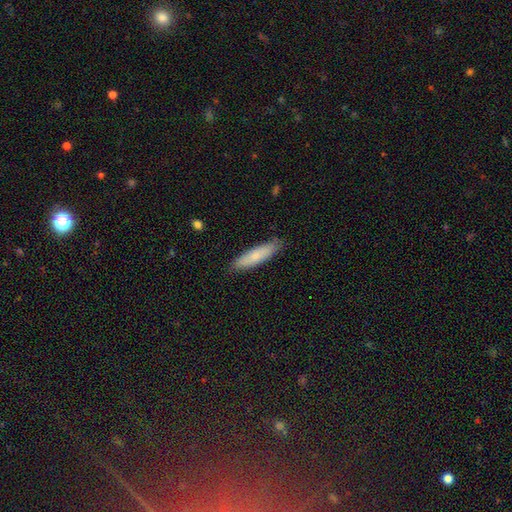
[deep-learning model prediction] smooth-or-featured: smooth: 75% | featured or disk: 20% | star or artifact: 6%
  how-rounded: cigar-shaped: 74% | in between: 25% | round: 1%
  merging: none: 85% | minor disturbance: 12% | major disturbance: 2% | merger: 1%